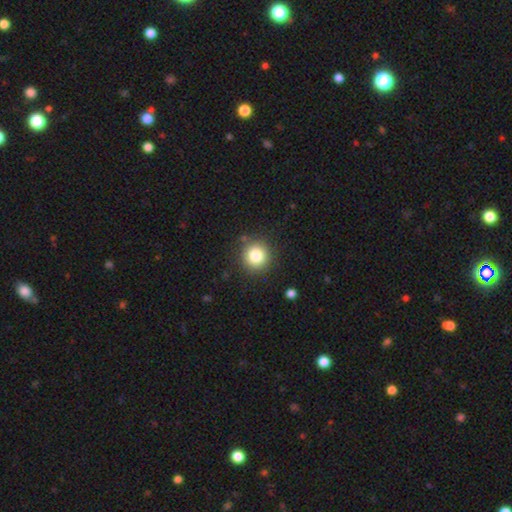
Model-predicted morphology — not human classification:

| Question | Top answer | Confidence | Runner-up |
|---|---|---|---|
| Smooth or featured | smooth | 82% | star or artifact (11%) |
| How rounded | round | 93% | in between (6%) |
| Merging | none | 88% | minor disturbance (7%) |